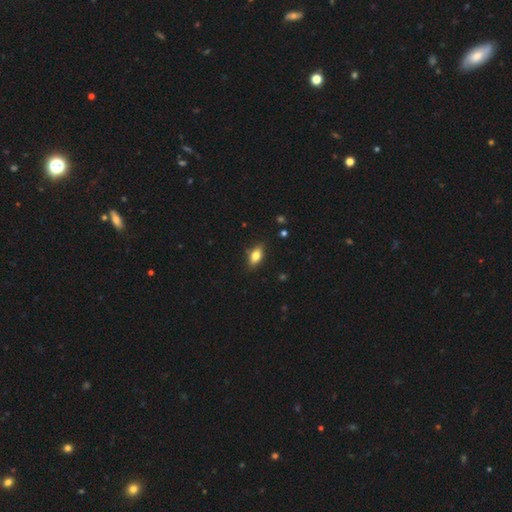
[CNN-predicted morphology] smooth 76%, featured or disk 16%, star or artifact 8%. Down the decision tree: how rounded — in between (84%); merging — none (84%).